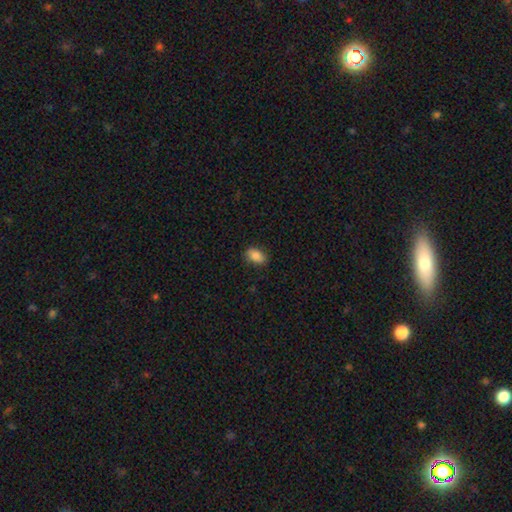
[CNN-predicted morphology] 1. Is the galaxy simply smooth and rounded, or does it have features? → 85% smooth, 8% star or artifact, 7% featured or disk.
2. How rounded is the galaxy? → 90% in between, 8% round, 2% cigar-shaped.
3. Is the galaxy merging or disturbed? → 86% none, 11% minor disturbance, 2% major disturbance, 1% merger.